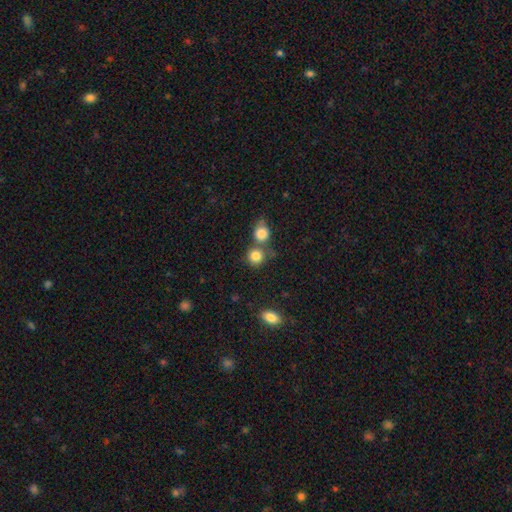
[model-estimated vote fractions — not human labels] Smooth or featured? Predicted: smooth (p=0.83). How rounded? Predicted: round (p=0.86). Merging? Predicted: none (p=0.53).